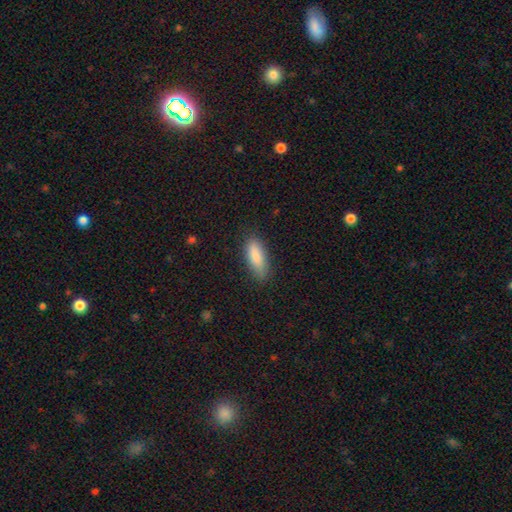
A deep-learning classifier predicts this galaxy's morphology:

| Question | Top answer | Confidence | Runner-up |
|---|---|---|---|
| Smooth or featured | smooth | 87% | featured or disk (7%) |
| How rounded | in between | 66% | cigar-shaped (32%) |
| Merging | none | 82% | minor disturbance (13%) |